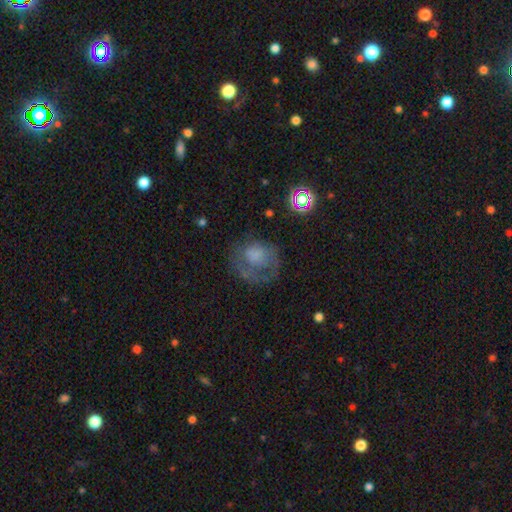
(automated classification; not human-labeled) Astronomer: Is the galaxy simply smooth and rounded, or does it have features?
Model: smooth — 47% (runner-up: featured or disk, 40%).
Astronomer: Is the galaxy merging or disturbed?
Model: none — 45% (runner-up: major disturbance, 30%).